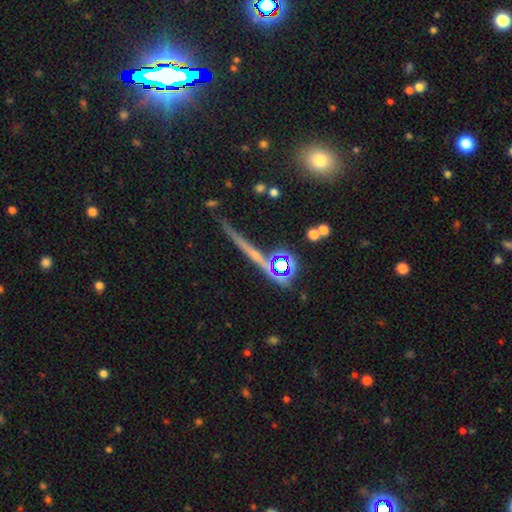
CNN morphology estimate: Overall: featured or disk (42%; star or artifact 32%). Merging: none (79%).